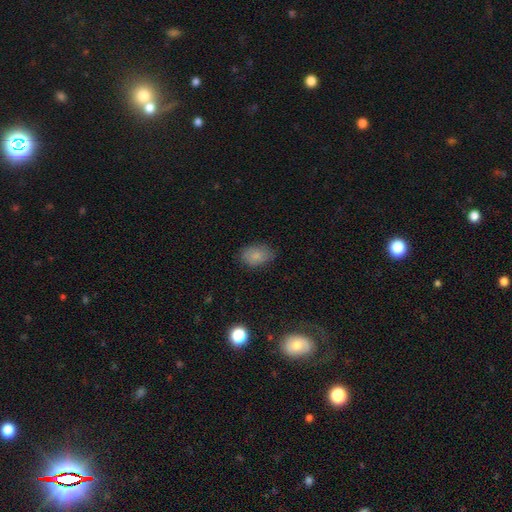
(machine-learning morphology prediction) A smooth galaxy with no disk features (83%) that is in between round and cigar-shaped (86%).

Vote fractions:
- Smooth or featured? smooth: 83% / star or artifact: 9% / featured or disk: 8%
- How rounded? in between: 86% / round: 13% / cigar-shaped: 1%
- Merging? none: 78% / minor disturbance: 17% / major disturbance: 4% / merger: 1%